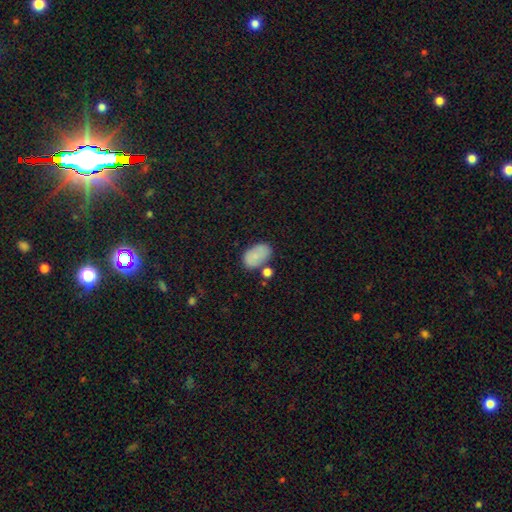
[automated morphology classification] Q: Smooth or featured?
A: smooth (81%); runner-up: featured or disk (10%)
Q: How rounded?
A: in between (91%); runner-up: round (7%)
Q: Merging?
A: none (63%); runner-up: minor disturbance (19%)